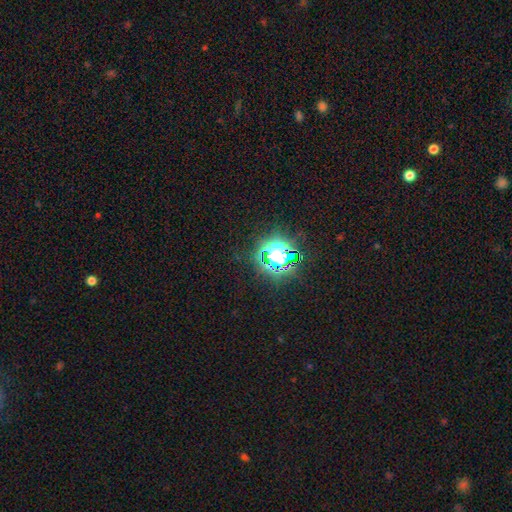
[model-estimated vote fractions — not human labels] Smooth or featured? star or artifact (73%)